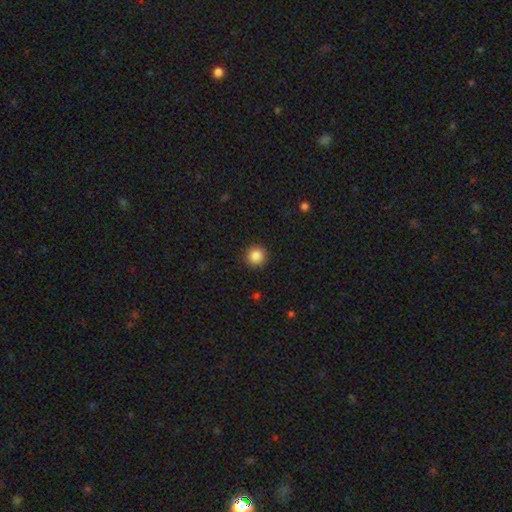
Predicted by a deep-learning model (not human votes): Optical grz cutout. It shows a smooth galaxy with no disk features (86%) that is round (95%). Merging: none (92%).